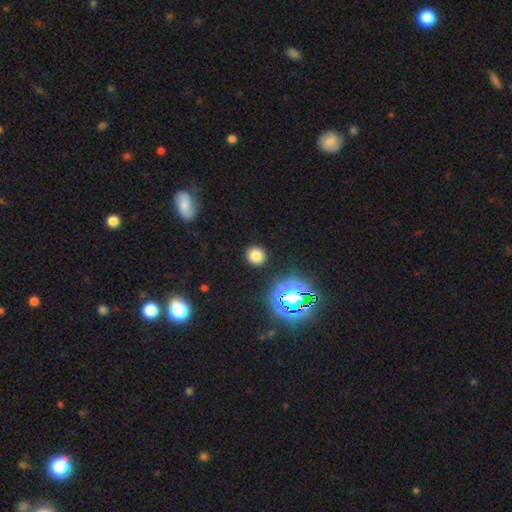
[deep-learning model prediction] A smooth galaxy with no disk features (76%) that is round (90%).

Vote fractions:
- Smooth or featured? smooth: 76% / star or artifact: 19% / featured or disk: 6%
- How rounded? round: 90% / in between: 9% / cigar-shaped: 1%
- Merging? none: 90% / minor disturbance: 6% / major disturbance: 2% / merger: 2%